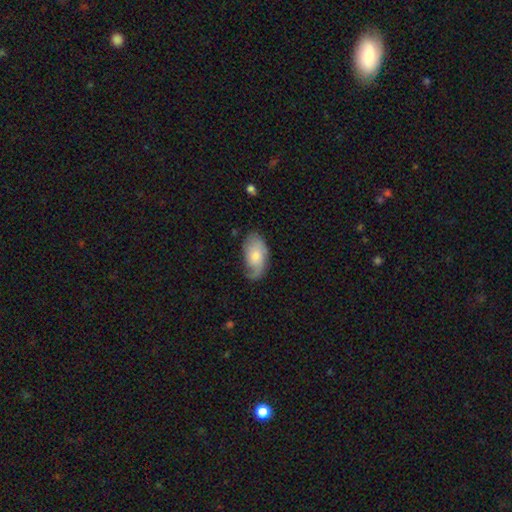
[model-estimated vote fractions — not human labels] This appears to be a featured or disk galaxy (47%, tied with smooth). Merging: none (57%).